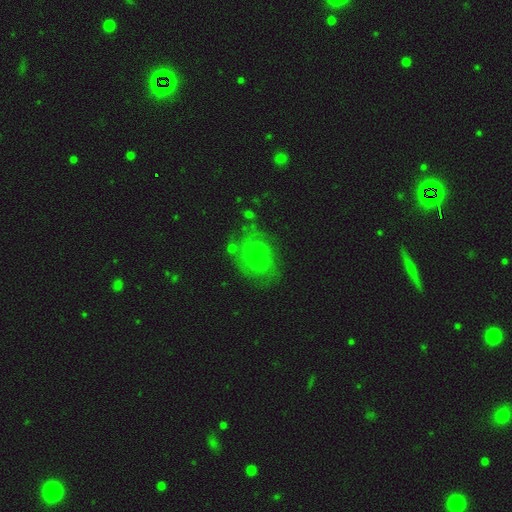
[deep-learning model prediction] A featured or disk galaxy (56%) with a weak bar (47%), spiral arms (80%) and a small central bulge (64%).

Vote fractions:
- Smooth or featured? featured or disk: 56% / smooth: 33% / star or artifact: 11%
- Edge-on disk? no: 97% / yes: 3%
- Bar? weak: 47% / no: 46% / strong: 7%
- Spiral arms? yes: 80% / no: 20%
- Bulge size? small: 64% / moderate: 23% / none: 9% / large: 2% / dominant: 1%
- Merging? none: 66% / minor disturbance: 20% / major disturbance: 10% / merger: 4%